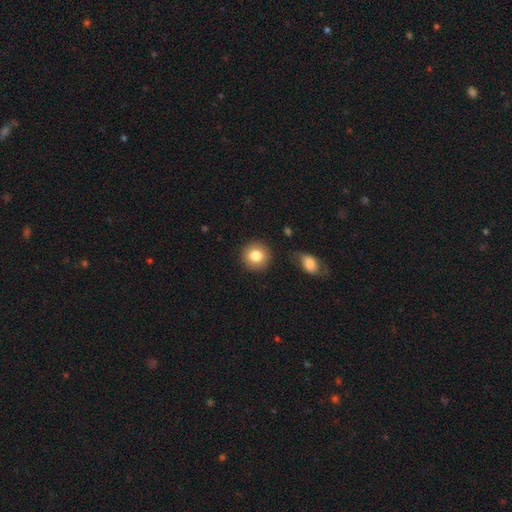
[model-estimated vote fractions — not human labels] Smooth or featured? Predicted: smooth (p=0.81). How rounded? Predicted: round (p=0.92). Merging? Predicted: none (p=0.88).